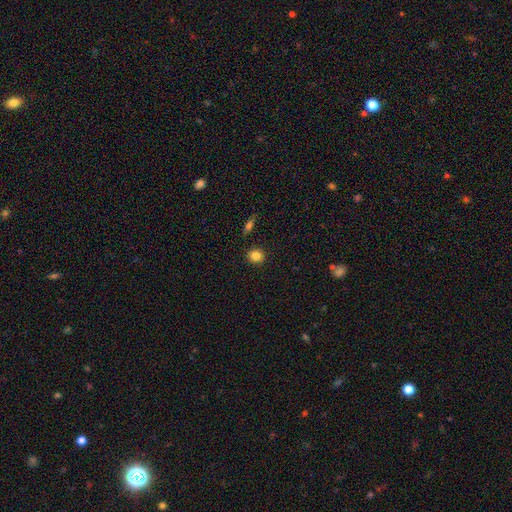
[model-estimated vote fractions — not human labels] This appears to be a smooth galaxy with no disk features (84%) that is round (81%). Merging: none (90%).